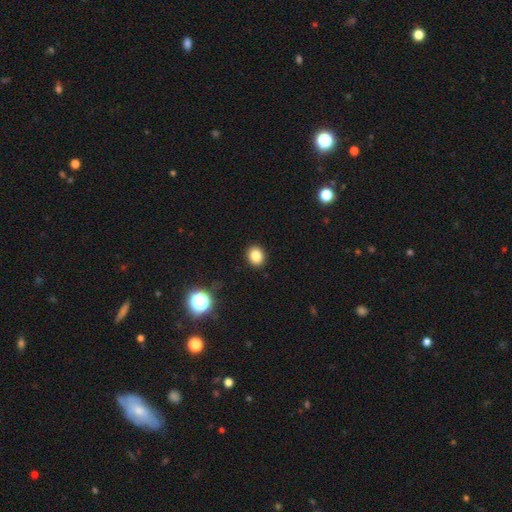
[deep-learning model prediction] Q: Smooth or featured?
A: smooth (84%); runner-up: star or artifact (11%)
Q: How rounded?
A: round (63%); runner-up: in between (36%)
Q: Merging?
A: none (92%); runner-up: minor disturbance (6%)